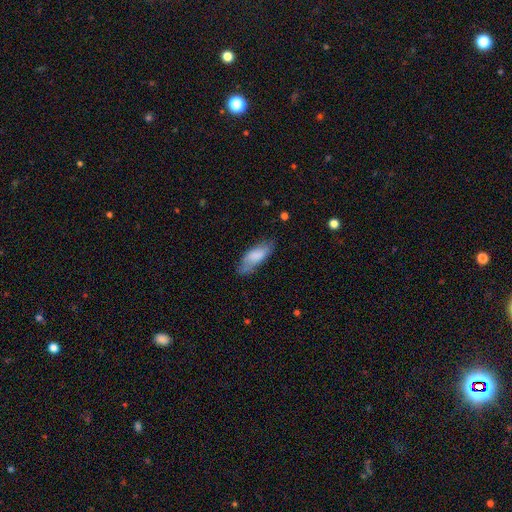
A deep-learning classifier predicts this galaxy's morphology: smooth 80%, featured or disk 14%, star or artifact 6%. Down the decision tree: how rounded — in between (73%); merging — none (63%).